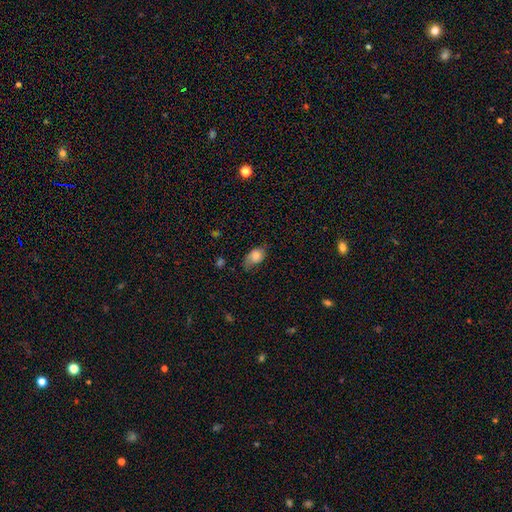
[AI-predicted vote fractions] smooth 58%, featured or disk 34%, star or artifact 8%. Down the decision tree: how rounded — in between (84%); merging — none (50%).